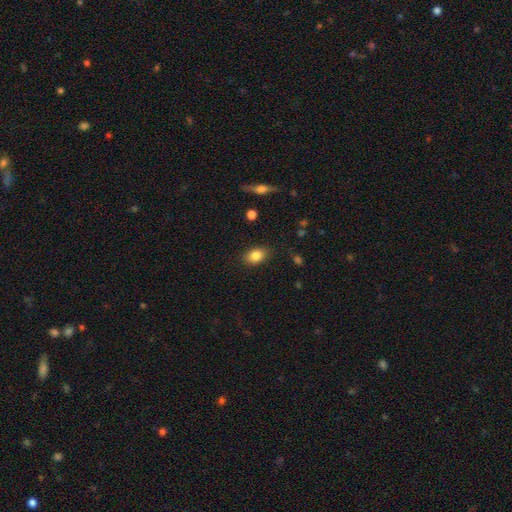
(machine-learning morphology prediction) A smooth galaxy with no disk features (84%) that is in between round and cigar-shaped (80%).

Vote fractions:
- Smooth or featured? smooth: 84% / star or artifact: 8% / featured or disk: 8%
- How rounded? in between: 80% / round: 18% / cigar-shaped: 2%
- Merging? none: 84% / minor disturbance: 11% / major disturbance: 3% / merger: 1%